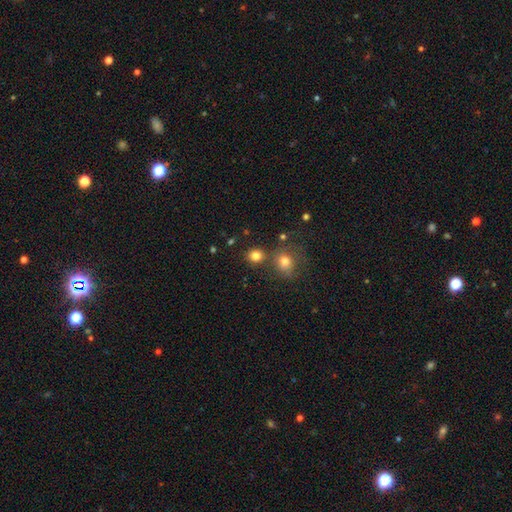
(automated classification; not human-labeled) Q: Smooth or featured?
A: smooth (80%); runner-up: star or artifact (14%)
Q: How rounded?
A: round (82%); runner-up: in between (17%)
Q: Merging?
A: none (74%); runner-up: merger (14%)